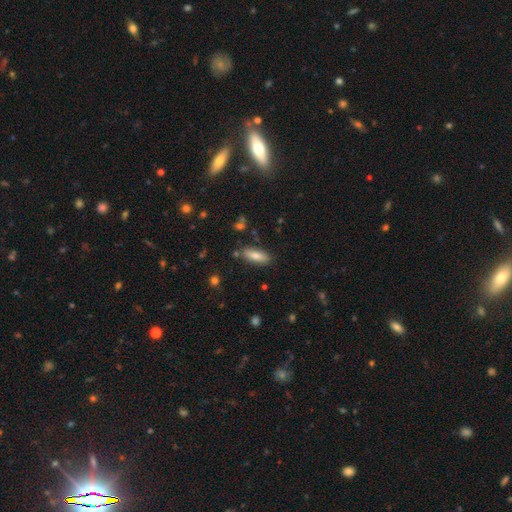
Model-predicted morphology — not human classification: smooth 79%, featured or disk 14%, star or artifact 7%. Down the decision tree: how rounded — in between (69%); merging — none (83%).